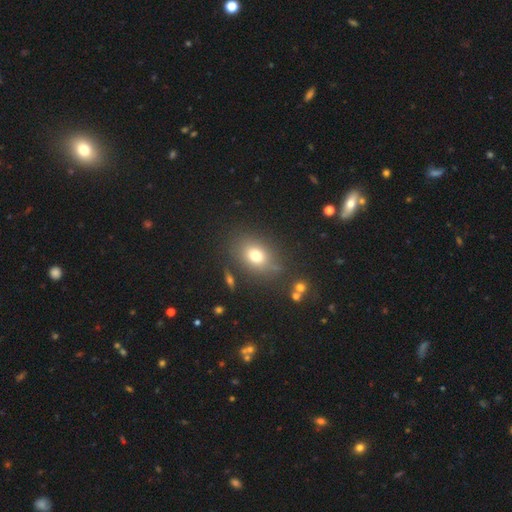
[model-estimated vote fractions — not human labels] A smooth galaxy with no disk features (74%) that is in between round and cigar-shaped (60%).

Vote fractions:
- Smooth or featured? smooth: 74% / star or artifact: 14% / featured or disk: 12%
- How rounded? in between: 60% / round: 38% / cigar-shaped: 2%
- Merging? none: 78% / minor disturbance: 12% / major disturbance: 5% / merger: 5%